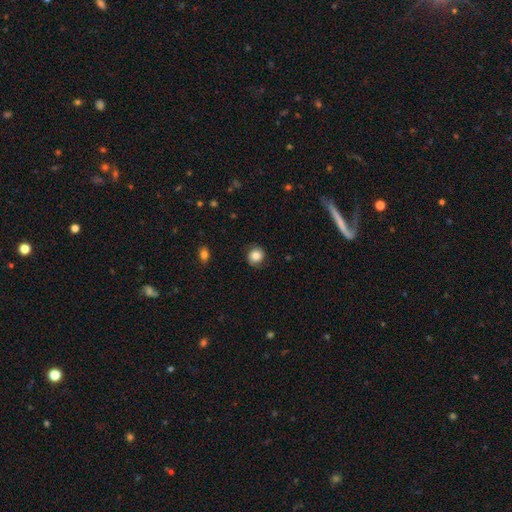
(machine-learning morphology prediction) This appears to be a smooth galaxy with no disk features (81%) that is round (84%). Merging: none (82%).